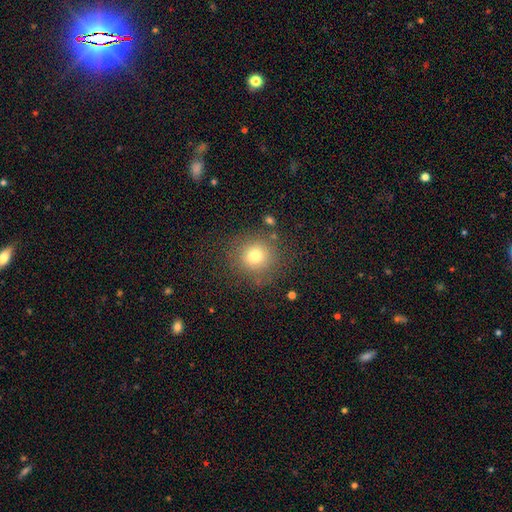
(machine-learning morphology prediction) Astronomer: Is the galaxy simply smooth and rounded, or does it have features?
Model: smooth — 76%.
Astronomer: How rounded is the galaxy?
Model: round — 89%.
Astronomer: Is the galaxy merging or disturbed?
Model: none — 81%.